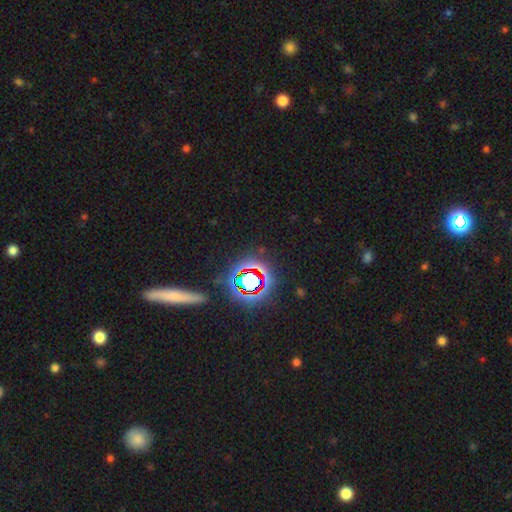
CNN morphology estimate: Smooth or featured? star or artifact (66%)